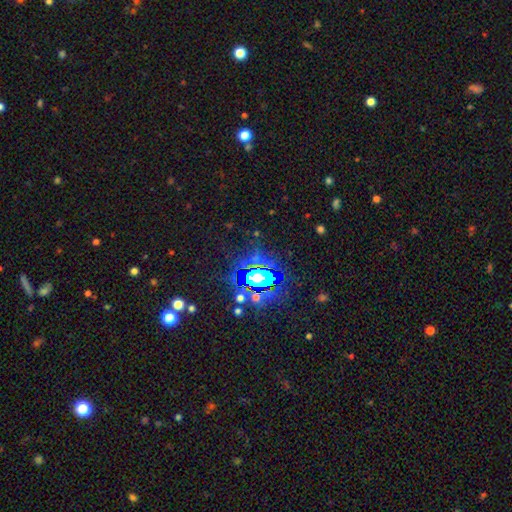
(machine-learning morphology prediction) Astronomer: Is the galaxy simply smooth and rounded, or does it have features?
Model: star or artifact — 71%.